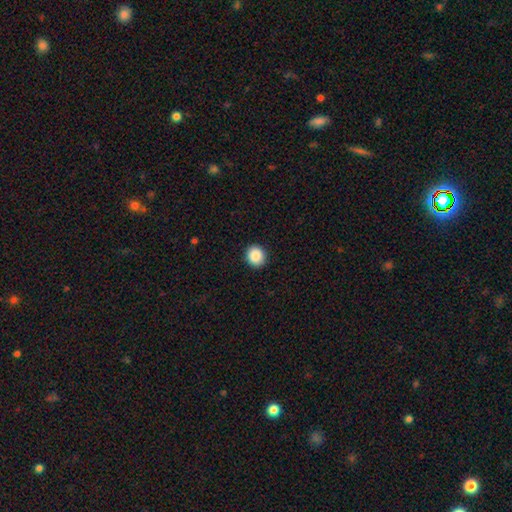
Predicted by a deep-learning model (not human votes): A smooth galaxy with no disk features (88%) that is round (84%). Merging: none (92%).